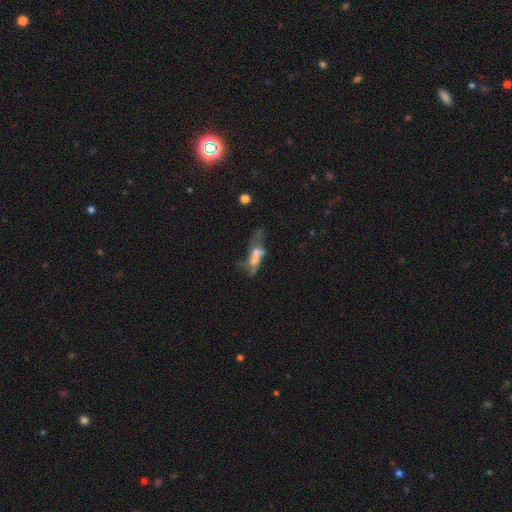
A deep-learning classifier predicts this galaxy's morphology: Q: Smooth or featured?
A: featured or disk (45%); runner-up: smooth (41%)
Q: Merging?
A: major disturbance (34%); runner-up: merger (29%)